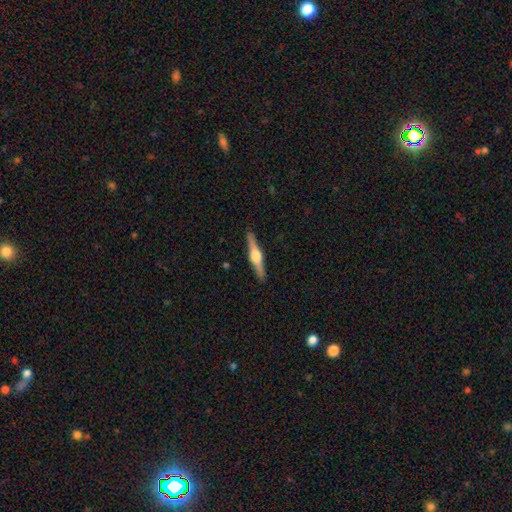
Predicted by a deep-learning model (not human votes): smooth_or_featured: featured or disk (p=0.78) [alt: smooth p=0.17]
disk_edge_on: yes (p=0.98) [alt: no p=0.02]
edge_on_bulge: rounded (p=0.94) [alt: boxy p=0.04]
merging: none (p=0.91) [alt: minor disturbance p=0.06]